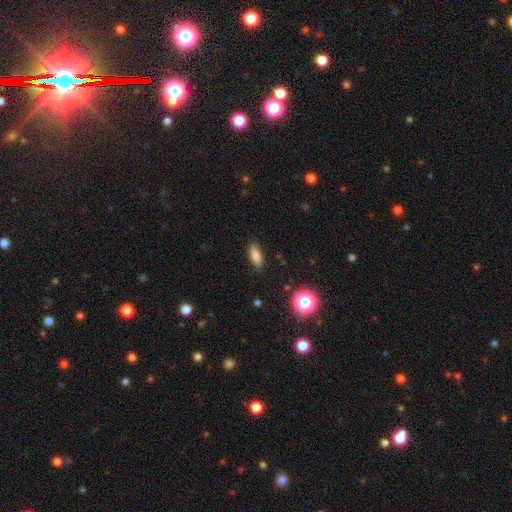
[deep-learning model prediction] Overall: smooth (81%). How rounded: in between (66%; cigar-shaped 31%). Merging: none (87%).